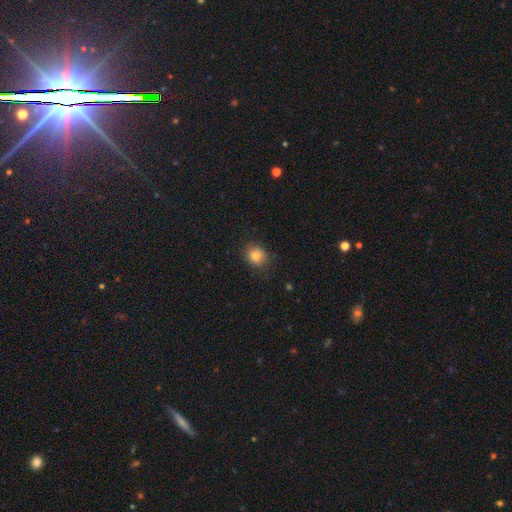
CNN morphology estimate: Smooth or featured: smooth — 82% (star or artifact — 11%)
How rounded: round — 68% (in between — 31%)
Merging: none — 84% (minor disturbance — 12%)